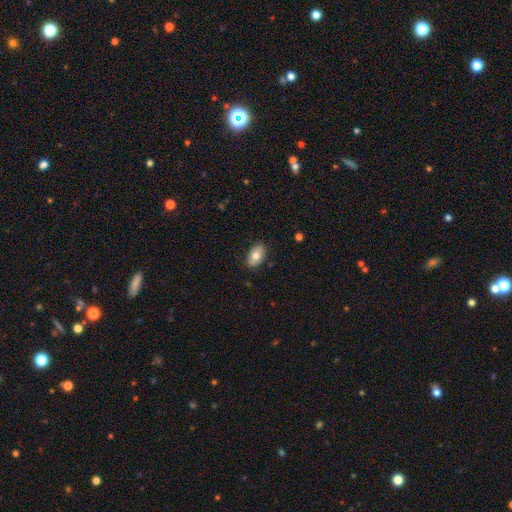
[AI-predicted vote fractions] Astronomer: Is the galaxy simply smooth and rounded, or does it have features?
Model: smooth — 77%.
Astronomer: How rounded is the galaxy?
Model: in between — 92%.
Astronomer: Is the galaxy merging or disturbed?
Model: none — 86%.